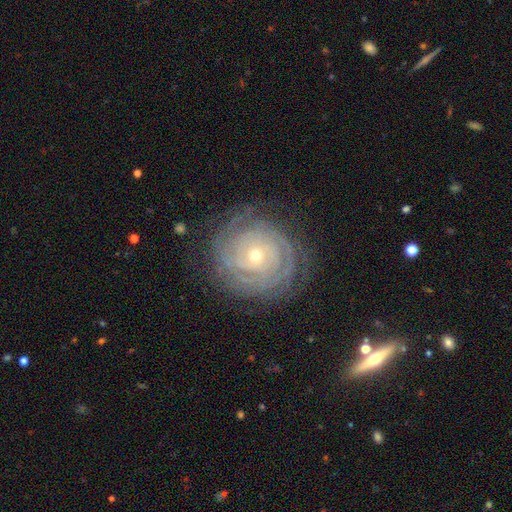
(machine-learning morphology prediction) smooth_or_featured: featured or disk (p=0.85) [alt: smooth p=0.08]
disk_edge_on: no (p=0.97) [alt: yes p=0.03]
bar: no (p=0.77) [alt: weak p=0.17]
has_spiral_arms: yes (p=0.96) [alt: no p=0.04]
spiral_winding: tight (p=0.86) [alt: medium p=0.11]
spiral_arm_count: can't tell (p=0.33) [alt: 3 p=0.17]
bulge_size: small (p=0.68) [alt: moderate p=0.29]
merging: none (p=0.78) [alt: minor disturbance p=0.15]